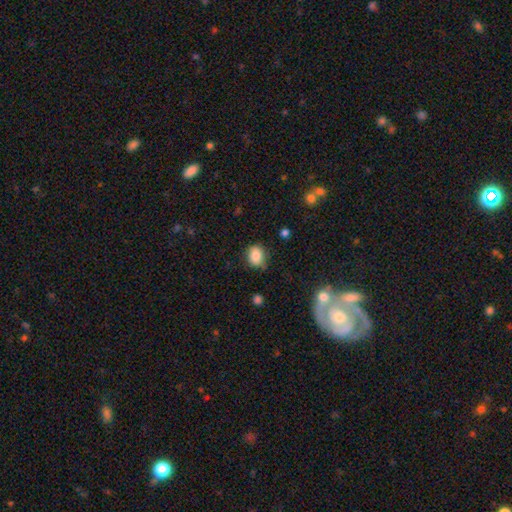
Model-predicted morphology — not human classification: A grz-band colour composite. It shows a smooth galaxy with no disk features (83%) that is round (54%). Merging: none (76%).